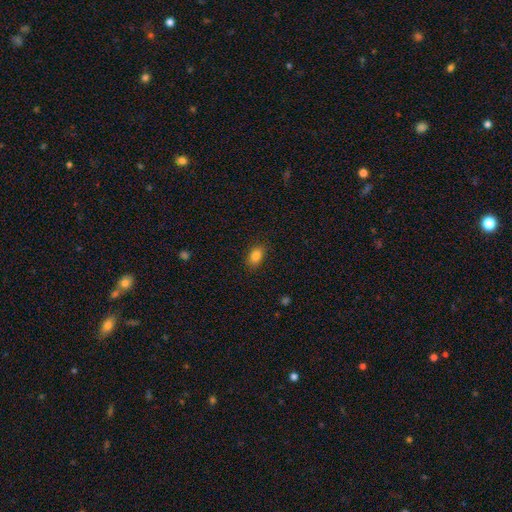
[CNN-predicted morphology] type=smooth (85%); roundness=in between (85%); merging=none (86%).